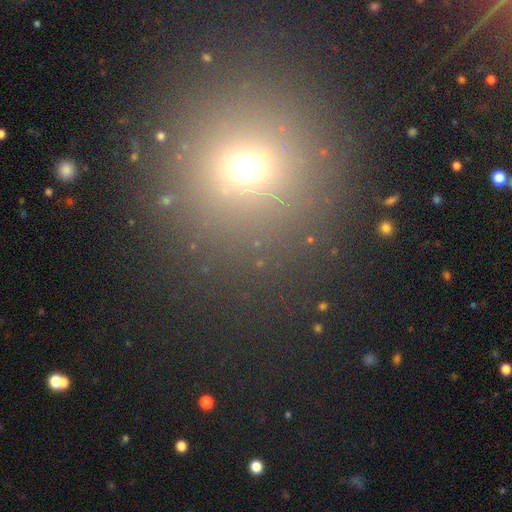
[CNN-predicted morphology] type=smooth (52%); roundness=round (92%); merging=none (88%).